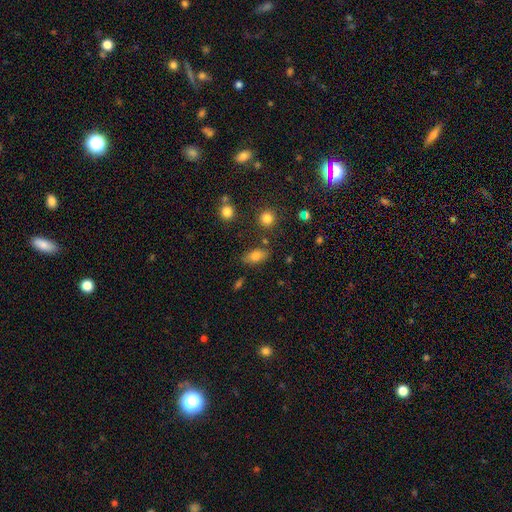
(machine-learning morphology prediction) Smooth or featured: smooth — 77% (featured or disk — 13%)
How rounded: in between — 85% (round — 9%)
Merging: none — 77% (minor disturbance — 14%)